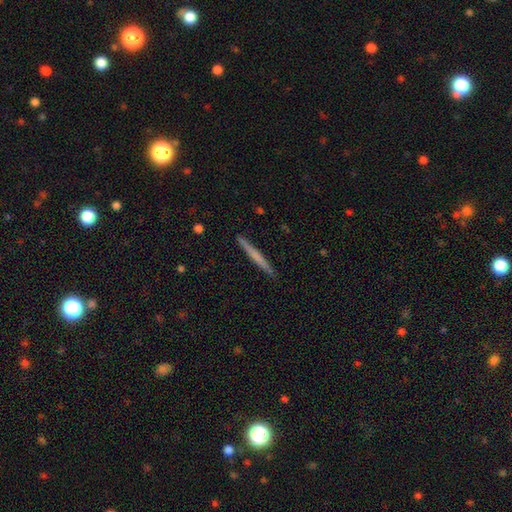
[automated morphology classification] smooth-or-featured: smooth: 54% | featured or disk: 41% | star or artifact: 6%
  how-rounded: cigar-shaped: 97% | in between: 2% | round: 1%
  merging: none: 92% | minor disturbance: 6% | major disturbance: 1% | merger: 1%